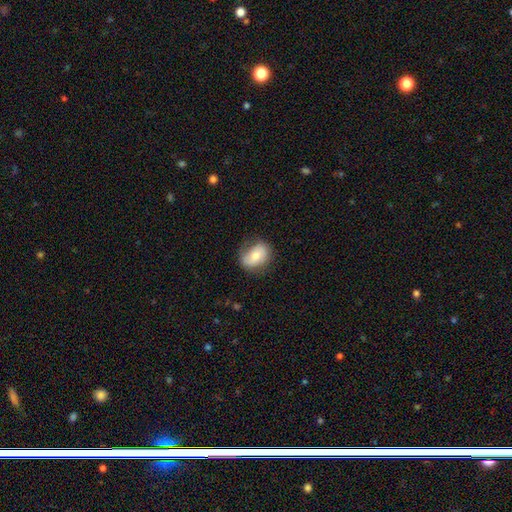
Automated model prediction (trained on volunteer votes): Smooth or featured: smooth — 61% (featured or disk — 32%)
How rounded: in between — 72% (round — 27%)
Merging: none — 63% (minor disturbance — 26%)